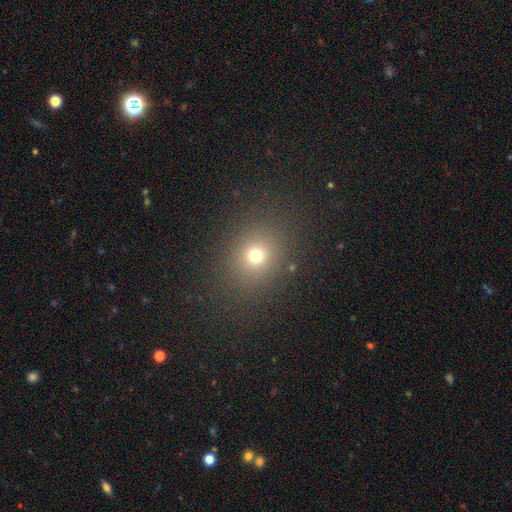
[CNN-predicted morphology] smooth 70%, star or artifact 21%, featured or disk 9%. Down the decision tree: how rounded — round (69%); merging — none (85%).